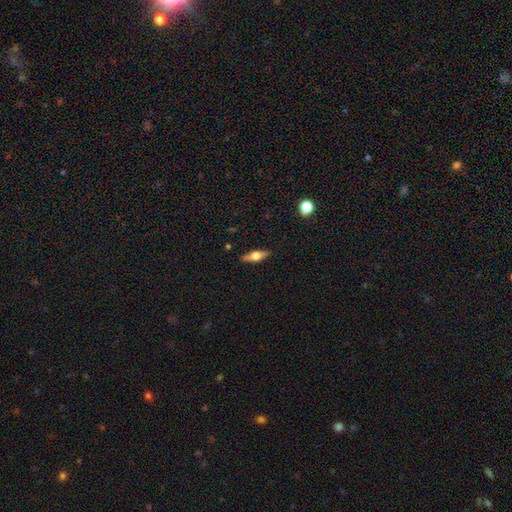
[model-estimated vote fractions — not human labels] Smooth or featured: featured or disk — 54% (smooth — 39%)
Edge-on disk: yes — 93% (no — 7%)
Edge-on bulge: rounded — 93% (boxy — 5%)
Merging: none — 88% (minor disturbance — 9%)